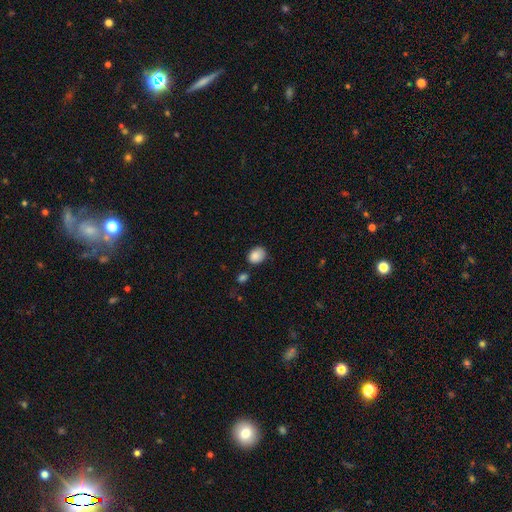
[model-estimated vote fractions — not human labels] Morphology: type=smooth (86%); roundness=in between (51%); merging=none (69%).